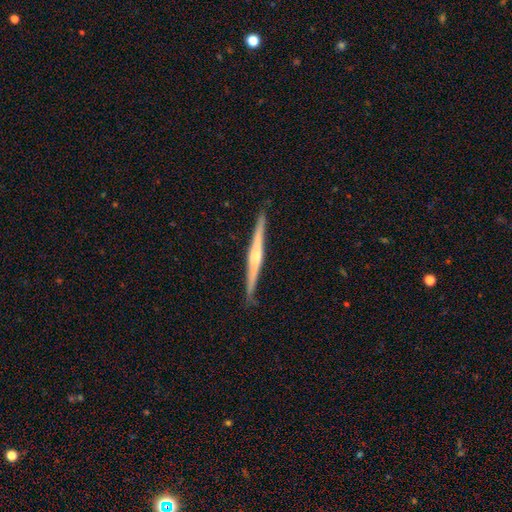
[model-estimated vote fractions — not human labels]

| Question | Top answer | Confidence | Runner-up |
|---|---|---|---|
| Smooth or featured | featured or disk | 78% | smooth (17%) |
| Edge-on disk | yes | 98% | no (2%) |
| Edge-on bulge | rounded | 73% | none (15%) |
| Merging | none | 90% | minor disturbance (8%) |